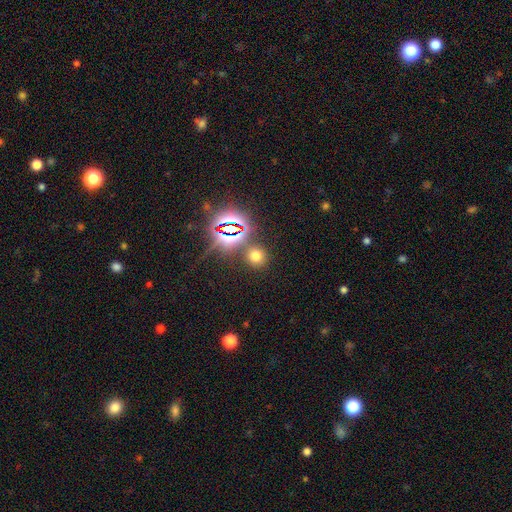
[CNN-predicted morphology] A smooth galaxy with no disk features (62%) that is round (87%). Merging: none (83%).